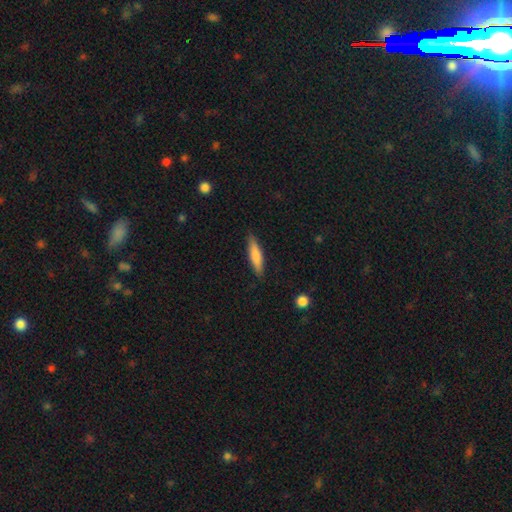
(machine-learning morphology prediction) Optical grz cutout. It shows a smooth galaxy with no disk features (76%) that is cigar-shaped (79%). Merging: none (86%).